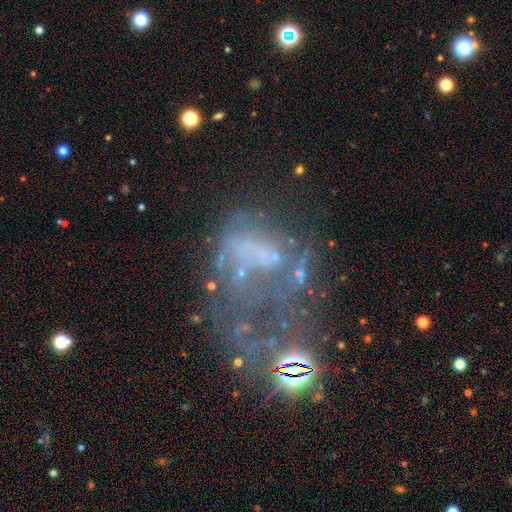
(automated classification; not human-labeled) Q: Smooth or featured?
A: featured or disk (53%); runner-up: star or artifact (27%)
Q: Edge-on disk?
A: no (97%); runner-up: yes (3%)
Q: Bar?
A: no (89%); runner-up: weak (8%)
Q: Spiral arms?
A: no (88%); runner-up: yes (12%)
Q: Bulge size?
A: none (79%); runner-up: small (11%)
Q: Merging?
A: major disturbance (46%); runner-up: none (21%)